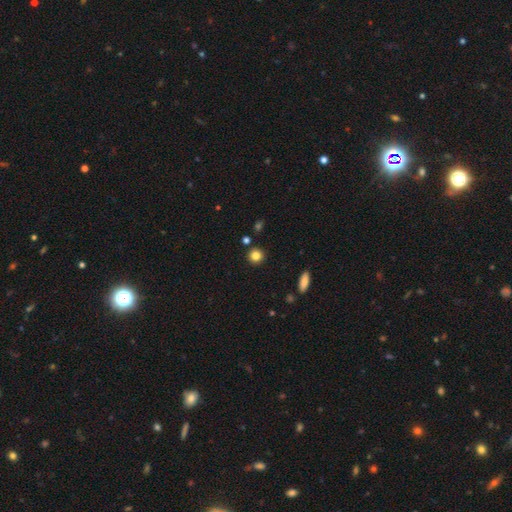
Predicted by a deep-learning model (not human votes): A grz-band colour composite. It shows a smooth galaxy with no disk features (84%) that is round (91%). Merging: none (88%).